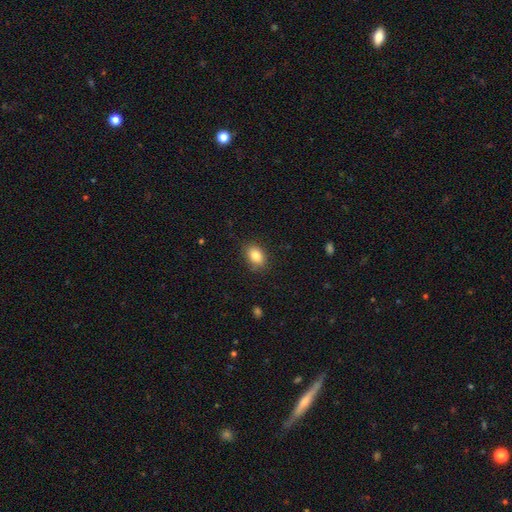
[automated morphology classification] This appears to be a smooth galaxy with no disk features (85%) that is in between round and cigar-shaped (82%). Merging: none (84%).